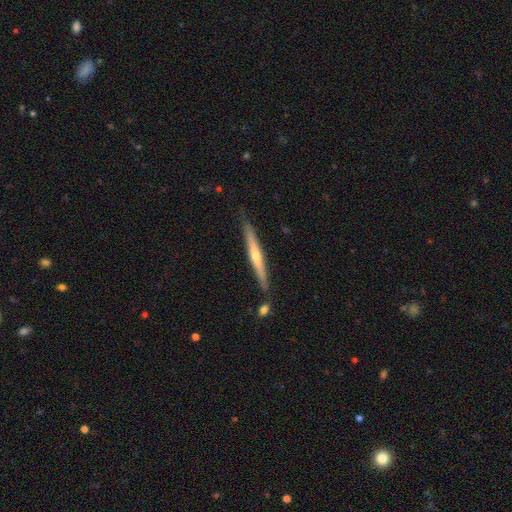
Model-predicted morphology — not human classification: Smooth or featured? featured or disk (68%)
Edge-on disk? yes (97%)
Edge-on bulge? rounded (74%)
Merging? none (86%)